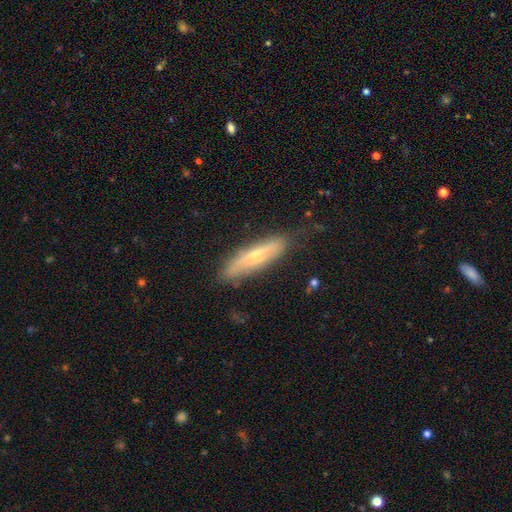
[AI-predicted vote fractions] This is possibly a smooth galaxy (47%). Merging: likely none (74%).